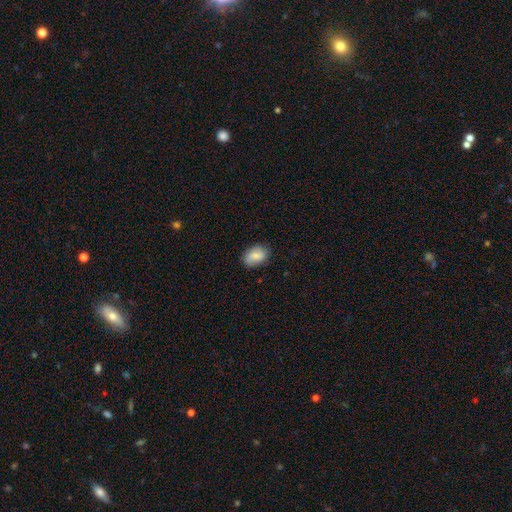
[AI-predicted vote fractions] Overall: smooth (76%). How rounded: in between (80%). Merging: none (78%).